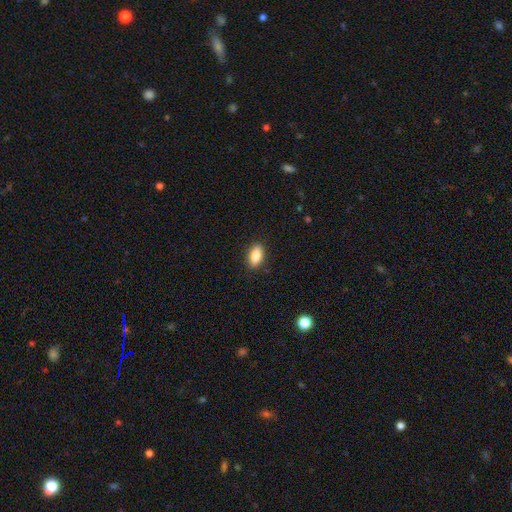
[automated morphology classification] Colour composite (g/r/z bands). It shows a smooth galaxy with no disk features (86%) that is in between round and cigar-shaped (90%). Merging: none (88%).